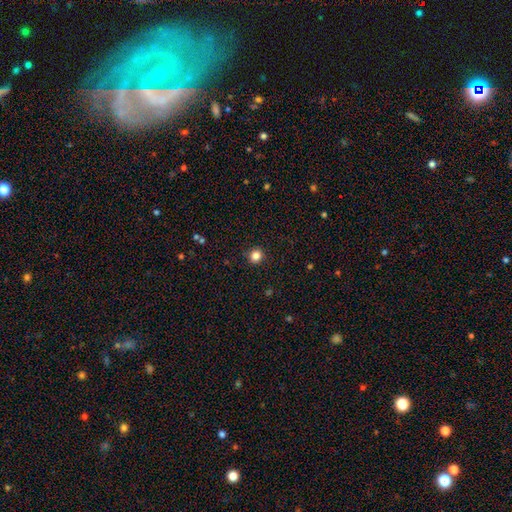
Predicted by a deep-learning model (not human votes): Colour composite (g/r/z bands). It shows a smooth galaxy with no disk features (84%) that is round (90%). Merging: none (91%).